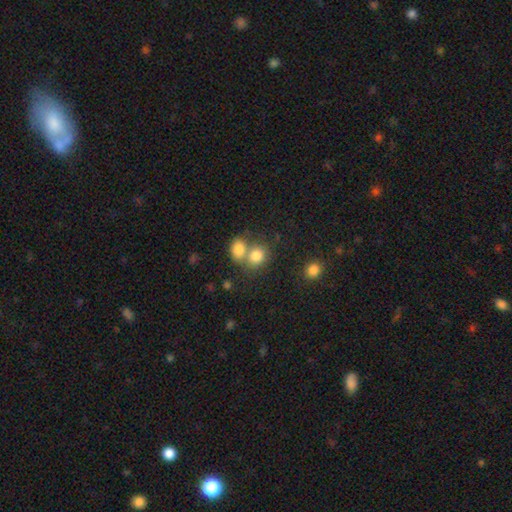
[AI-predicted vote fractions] This appears to be a smooth galaxy with no disk features (81%) that is round (62%). Merging: merger (53%).